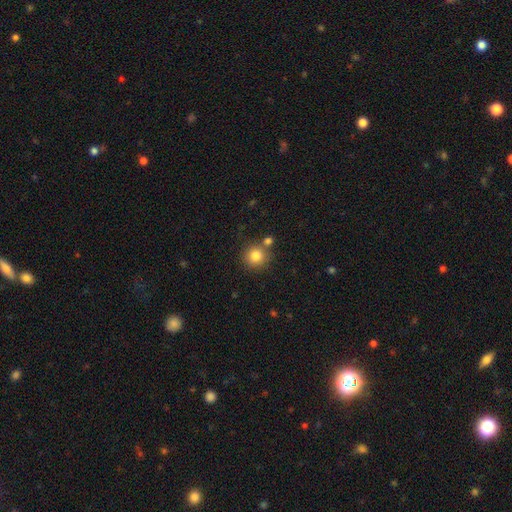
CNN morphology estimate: A smooth galaxy with no disk features (82%) that is round (92%). Merging: none (72%).